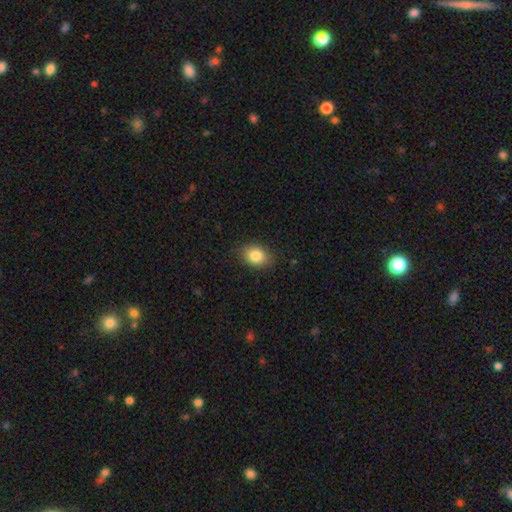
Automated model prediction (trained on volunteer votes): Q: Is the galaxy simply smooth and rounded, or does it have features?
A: smooth — 84%.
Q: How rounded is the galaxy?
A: in between — 63%.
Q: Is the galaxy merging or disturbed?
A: none — 84%.